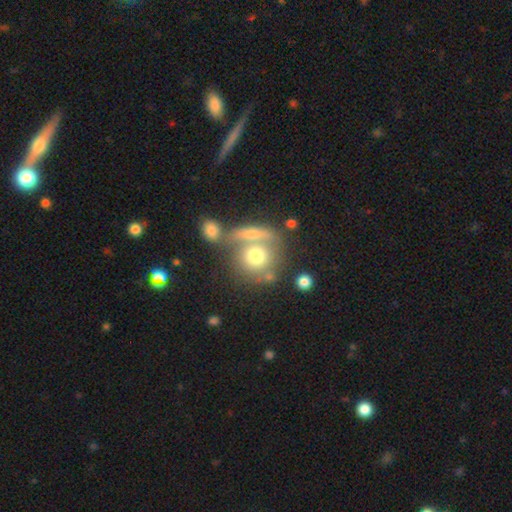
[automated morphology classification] Smooth or featured? Predicted: smooth (p=0.67). How rounded? Predicted: round (p=0.82). Merging? Predicted: none (p=0.45).